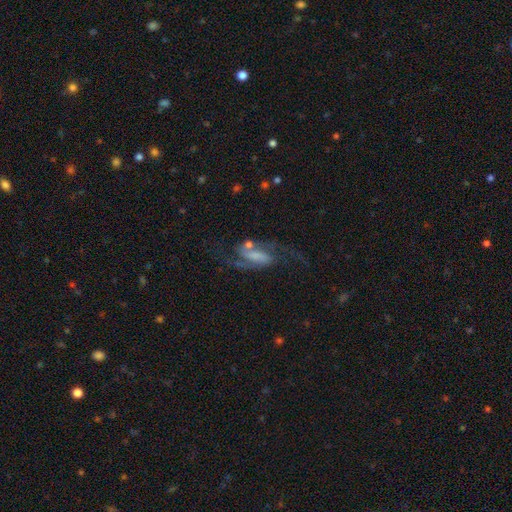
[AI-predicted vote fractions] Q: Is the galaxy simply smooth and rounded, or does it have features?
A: featured or disk — 80%.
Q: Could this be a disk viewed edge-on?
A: no — 95%.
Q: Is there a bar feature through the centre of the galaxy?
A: weak — 42%.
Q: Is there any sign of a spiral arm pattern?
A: yes — 94%.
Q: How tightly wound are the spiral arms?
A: loose — 54%.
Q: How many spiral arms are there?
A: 2 — 91%.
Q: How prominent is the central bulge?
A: none — 31%.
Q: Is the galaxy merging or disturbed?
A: none — 54%.